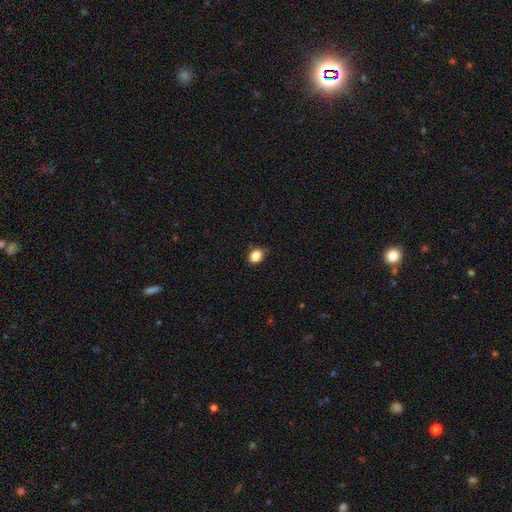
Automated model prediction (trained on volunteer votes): smooth 85%, star or artifact 10%, featured or disk 6%. Down the decision tree: how rounded — in between (63%); merging — none (70%).